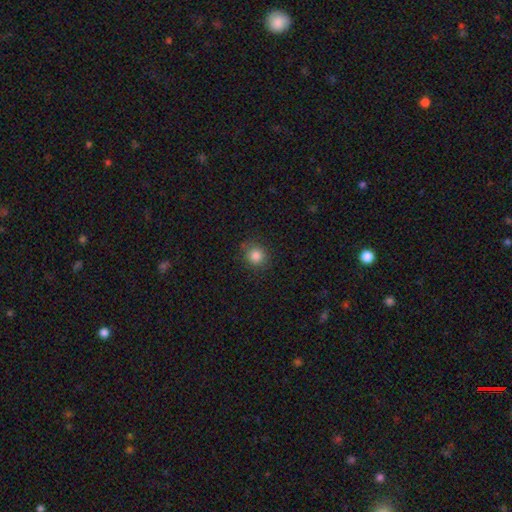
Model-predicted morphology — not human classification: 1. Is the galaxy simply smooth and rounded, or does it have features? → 84% smooth, 11% star or artifact, 5% featured or disk.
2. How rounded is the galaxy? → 87% round, 12% in between, 1% cigar-shaped.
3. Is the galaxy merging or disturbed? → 84% none, 11% minor disturbance, 3% major disturbance, 1% merger.